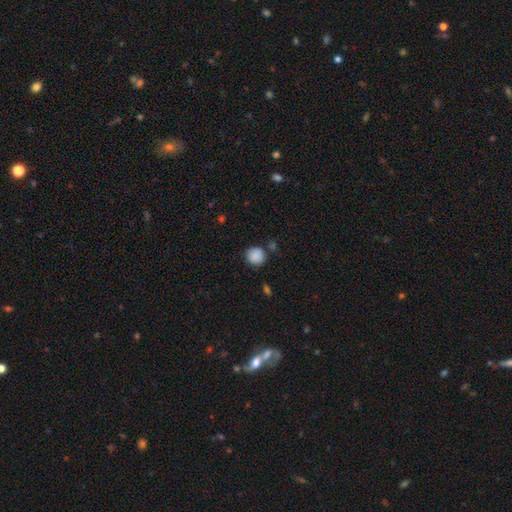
A smooth galaxy with no disk features (89%) that is round (97%). Merging: none (76%).